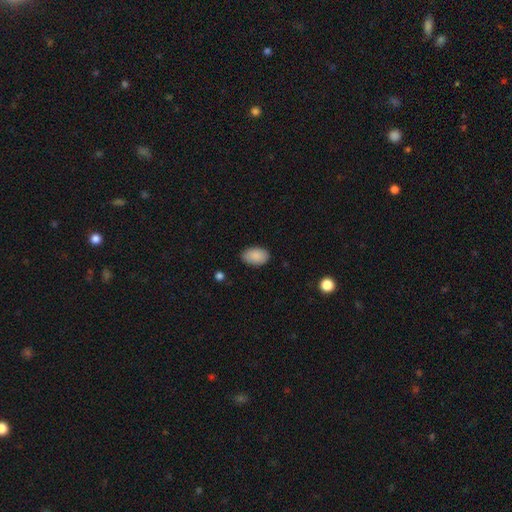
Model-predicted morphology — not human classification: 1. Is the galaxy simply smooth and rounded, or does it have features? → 89% smooth, 7% star or artifact, 4% featured or disk.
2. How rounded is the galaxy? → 92% in between, 7% round, 1% cigar-shaped.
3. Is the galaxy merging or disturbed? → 85% none, 11% minor disturbance, 2% major disturbance, 1% merger.